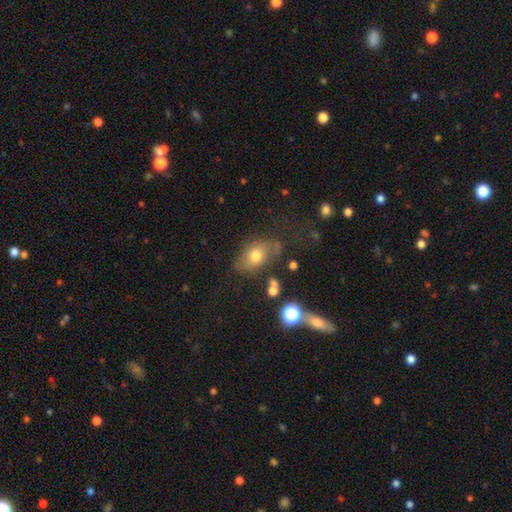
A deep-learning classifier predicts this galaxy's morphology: The model was most divided on "merging": none: 62%, minor disturbance: 22%, major disturbance: 11%, merger: 5%. More confident: how rounded — in between (79%); smooth or featured — smooth (67%).